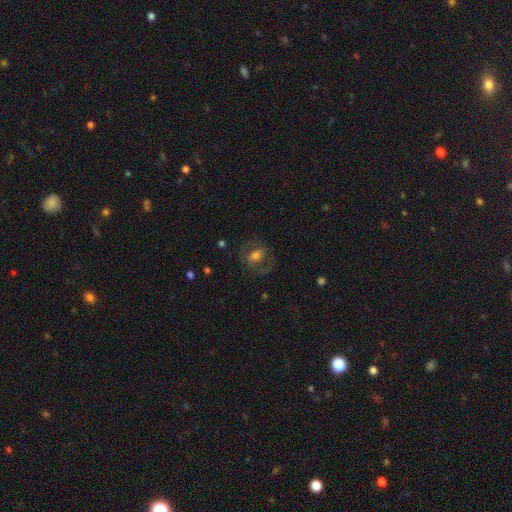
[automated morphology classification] Smooth or featured? smooth (49%)
Merging? none (70%)